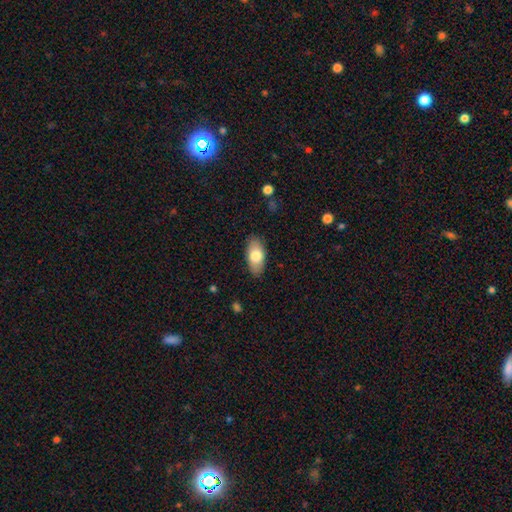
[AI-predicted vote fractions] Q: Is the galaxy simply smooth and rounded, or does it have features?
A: smooth — 77%.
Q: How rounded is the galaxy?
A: in between — 91%.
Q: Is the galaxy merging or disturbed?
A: none — 86%.